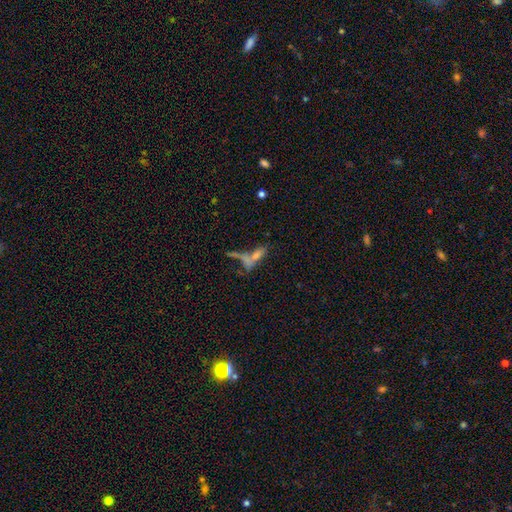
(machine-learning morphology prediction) Q: Smooth or featured?
A: smooth (49%); runner-up: featured or disk (34%)
Q: Merging?
A: merger (41%); runner-up: none (34%)